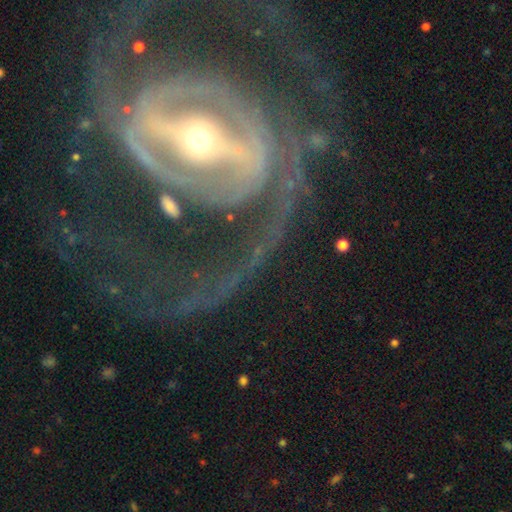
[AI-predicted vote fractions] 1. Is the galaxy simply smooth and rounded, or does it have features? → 91% featured or disk, 5% star or artifact, 4% smooth.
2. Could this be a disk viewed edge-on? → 96% no, 4% yes.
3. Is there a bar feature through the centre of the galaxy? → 74% strong, 18% weak, 8% no.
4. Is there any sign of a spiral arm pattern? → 92% yes, 8% no.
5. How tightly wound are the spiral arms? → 46% medium, 30% tight, 23% loose.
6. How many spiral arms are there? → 76% 2, 8% can't tell, 6% 3, 4% 1, 3% 4, 3% more than 4.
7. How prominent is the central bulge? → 52% small, 42% moderate, 4% large, 1% dominant, 1% none.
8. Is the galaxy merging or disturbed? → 57% none, 27% major disturbance, 13% minor disturbance, 3% merger.